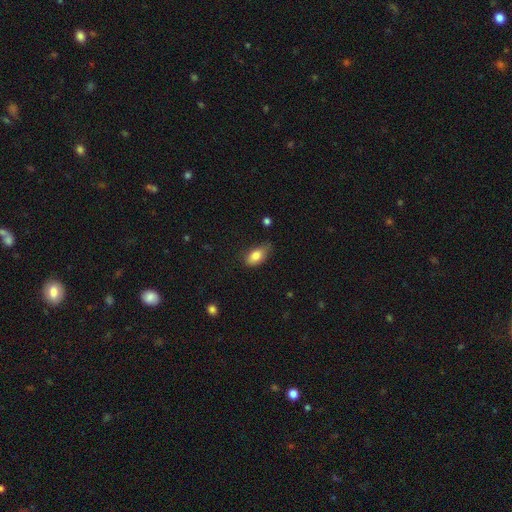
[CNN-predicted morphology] This appears to be a smooth galaxy with no disk features (82%) that is in between round and cigar-shaped (90%). Merging: none (55%).